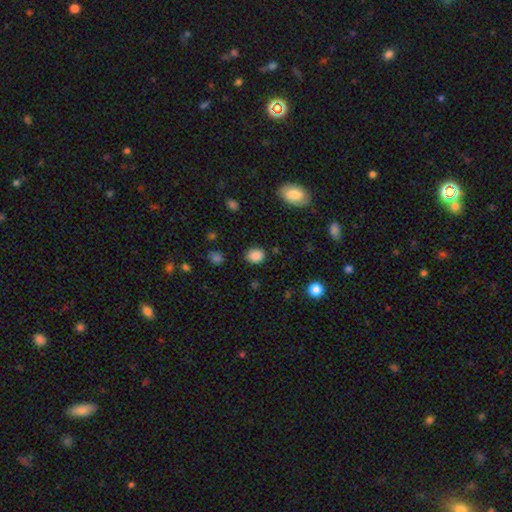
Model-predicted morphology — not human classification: smooth_or_featured: smooth (p=0.86) [alt: star or artifact p=0.10]
how_rounded: round (p=0.60) [alt: in between p=0.39]
merging: none (p=0.84) [alt: minor disturbance p=0.11]